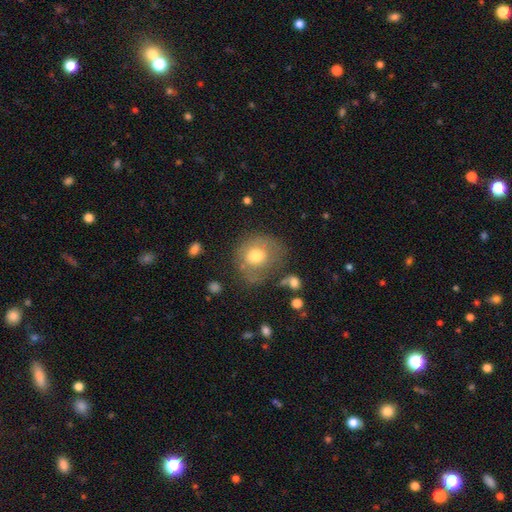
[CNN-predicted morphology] type=smooth (63%); roundness=round (73%); merging=none (53%).